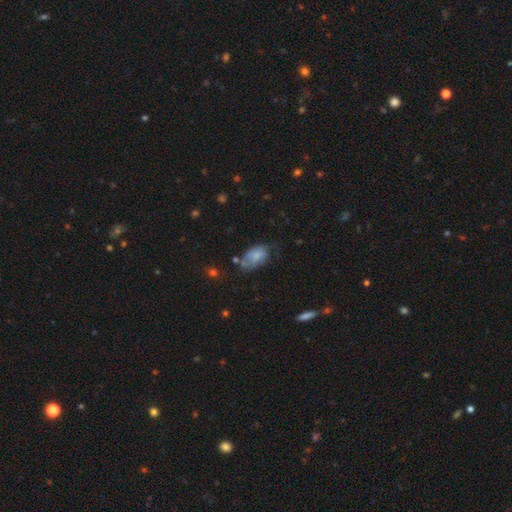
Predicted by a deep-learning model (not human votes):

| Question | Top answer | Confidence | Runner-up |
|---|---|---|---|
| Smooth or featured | smooth | 73% | featured or disk (19%) |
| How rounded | in between | 92% | round (7%) |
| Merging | none | 41% | minor disturbance (35%) |